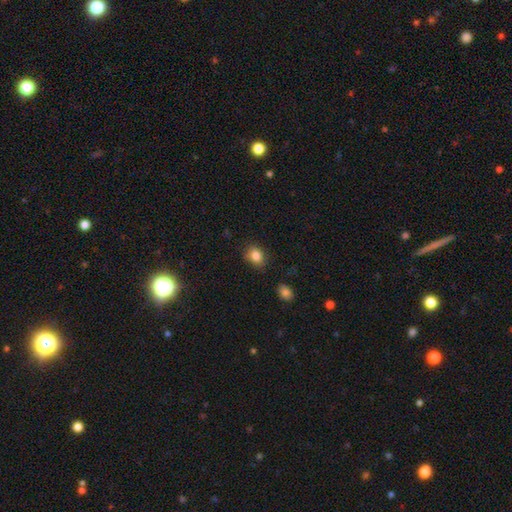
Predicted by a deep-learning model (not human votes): Smooth or featured?
  - smooth: 85% *
  - star or artifact: 9%
  - featured or disk: 6%
How rounded?
  - in between: 59% *
  - round: 40%
  - cigar-shaped: 1%
Merging?
  - none: 80% *
  - minor disturbance: 14%
  - major disturbance: 3%
  - merger: 2%